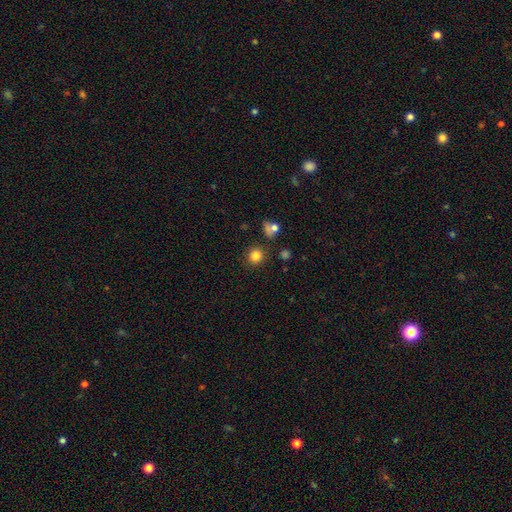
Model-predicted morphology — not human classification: Smooth or featured? Predicted: smooth (p=0.83). How rounded? Predicted: round (p=0.88). Merging? Predicted: none (p=0.83).